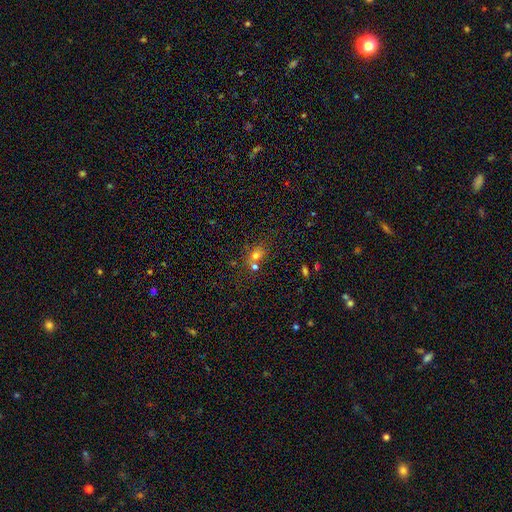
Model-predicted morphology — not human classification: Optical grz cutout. It shows a smooth galaxy with no disk features (66%) that is round (55%). Merging: none (49%).